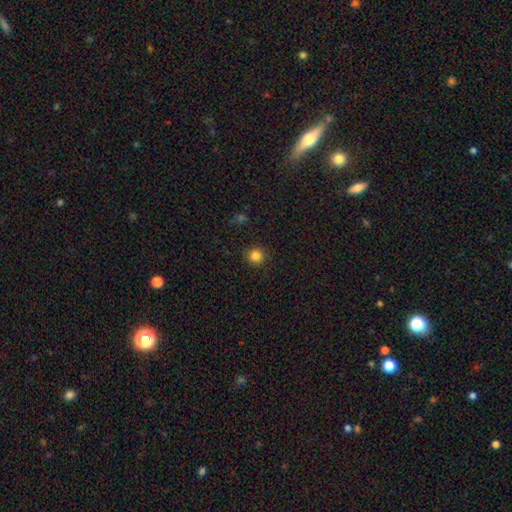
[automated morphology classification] Smooth or featured?
  - smooth: 84% *
  - star or artifact: 12%
  - featured or disk: 4%
How rounded?
  - round: 94% *
  - in between: 5%
  - cigar-shaped: 1%
Merging?
  - none: 91% *
  - minor disturbance: 6%
  - major disturbance: 2%
  - merger: 1%